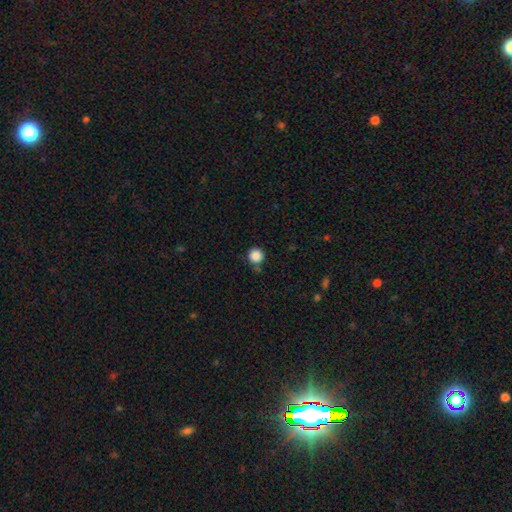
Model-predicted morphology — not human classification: The model was most divided on "merging": none: 76%, minor disturbance: 14%, merger: 6%, major disturbance: 4%. More confident: how rounded — round (95%); smooth or featured — smooth (87%).